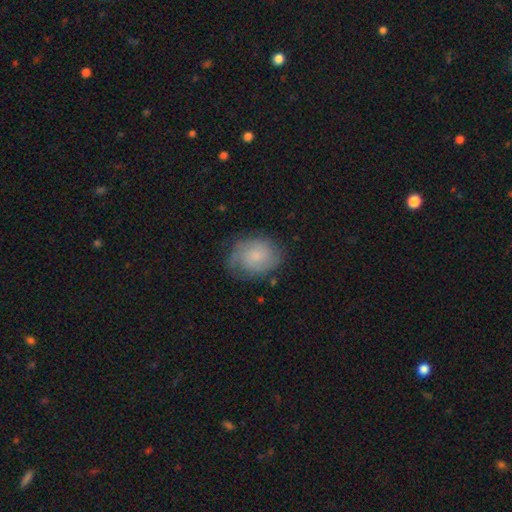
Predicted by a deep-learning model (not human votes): smooth_or_featured: featured or disk (p=0.53) [alt: smooth p=0.39]
disk_edge_on: no (p=0.97) [alt: yes p=0.03]
bar: no (p=0.74) [alt: weak p=0.24]
has_spiral_arms: yes (p=0.87) [alt: no p=0.13]
bulge_size: small (p=0.60) [alt: moderate p=0.23]
merging: none (p=0.68) [alt: minor disturbance p=0.22]